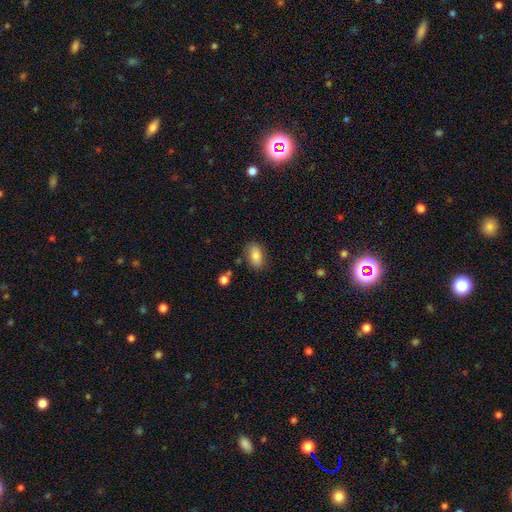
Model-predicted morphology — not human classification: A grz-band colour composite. It shows a smooth galaxy with no disk features (82%) that is in between round and cigar-shaped (89%). Merging: none (81%).